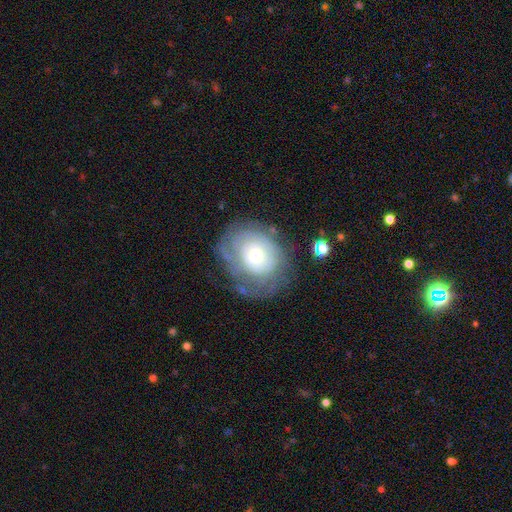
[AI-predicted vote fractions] Smooth or featured: featured or disk — 64% (smooth — 28%)
Edge-on disk: no — 96% (yes — 4%)
Bar: no — 82% (weak — 15%)
Spiral arms: yes — 67% (no — 33%)
Bulge size: moderate — 48% (small — 44%)
Merging: none — 62% (minor disturbance — 22%)